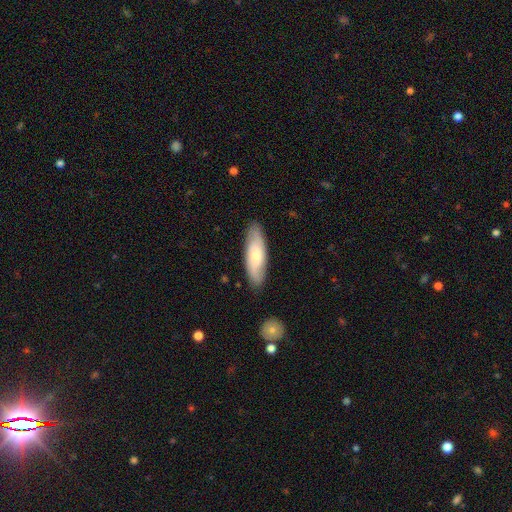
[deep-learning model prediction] This appears to be a smooth galaxy with no disk features (57%) that is in between round and cigar-shaped (55%). Merging: none (84%).